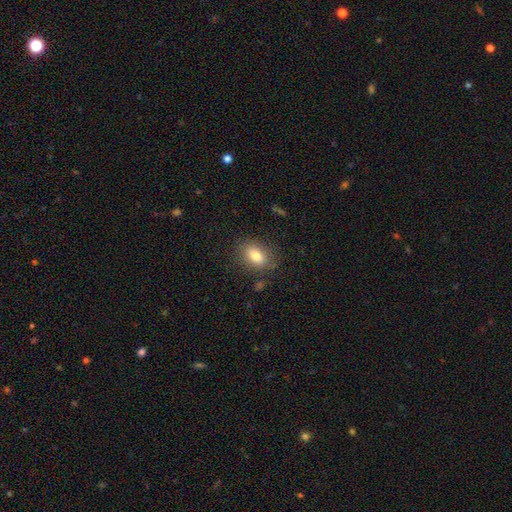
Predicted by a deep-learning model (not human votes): Overall: smooth (81%). How rounded: in between (82%). Merging: none (82%).